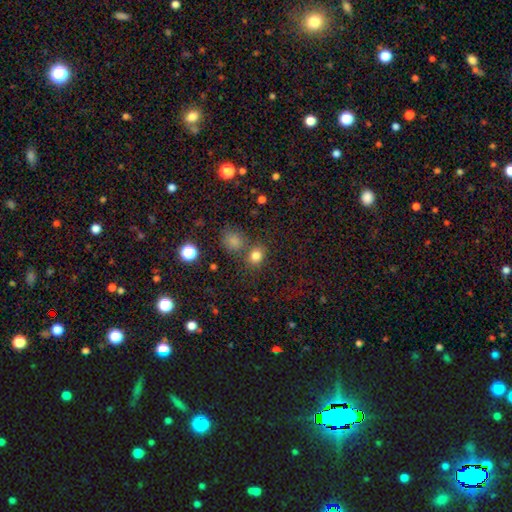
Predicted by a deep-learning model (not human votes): Overall: smooth (78%). How rounded: round (67%; in between 32%). Merging: none (65%).